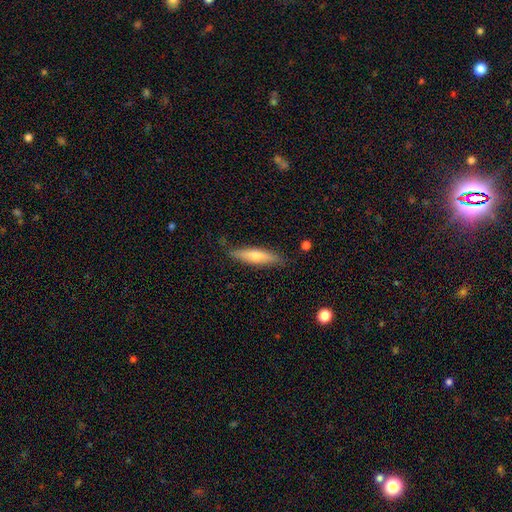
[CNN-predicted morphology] Smooth or featured: smooth — 60% (featured or disk — 34%)
How rounded: cigar-shaped — 77% (in between — 22%)
Merging: none — 84% (minor disturbance — 12%)